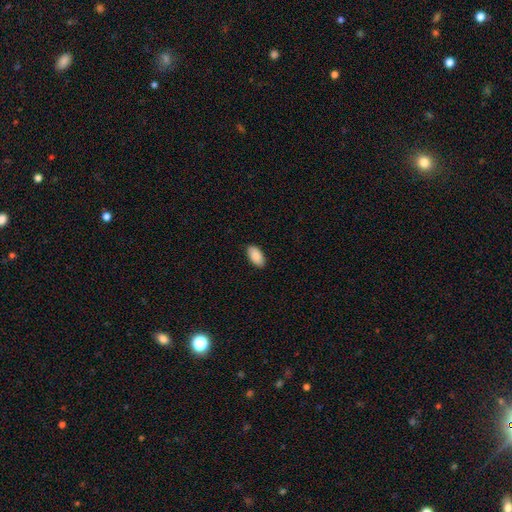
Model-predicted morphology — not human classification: smooth_or_featured: smooth (p=0.91) [alt: star or artifact p=0.06]
how_rounded: in between (p=0.95) [alt: cigar-shaped p=0.03]
merging: none (p=0.89) [alt: minor disturbance p=0.09]